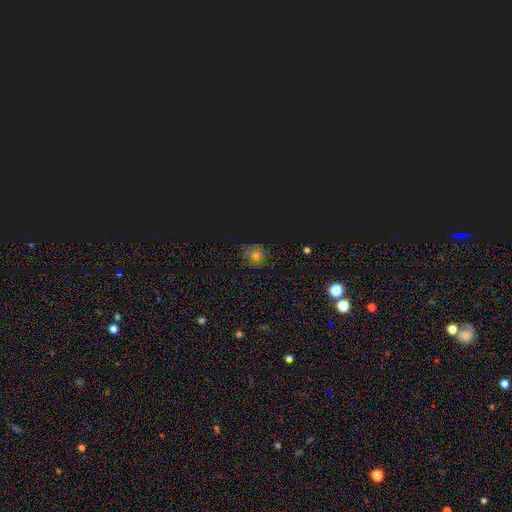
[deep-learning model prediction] The model was most divided on "smooth or featured": star or artifact: 45%, smooth: 39%, featured or disk: 15%.